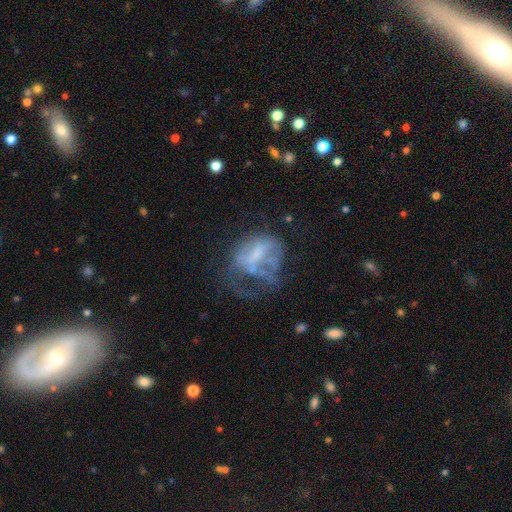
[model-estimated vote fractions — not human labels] Morphology: type=featured or disk (56%); edge-on=no (97%); bar=no (61%); spiral arms=no (79%); bulge=none (48%); merging=major disturbance (48%).